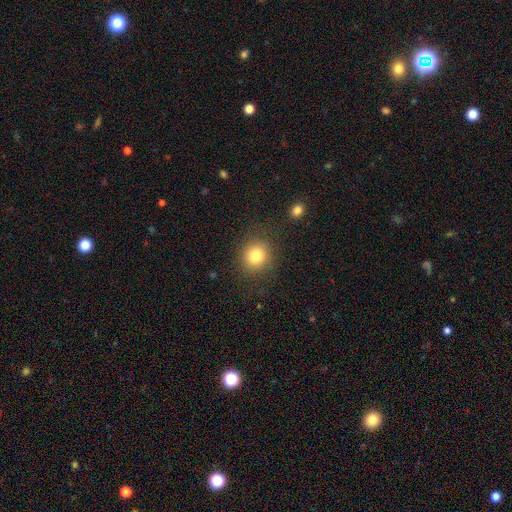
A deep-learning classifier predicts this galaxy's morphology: Smooth or featured? smooth (81%)
How rounded? round (85%)
Merging? none (85%)